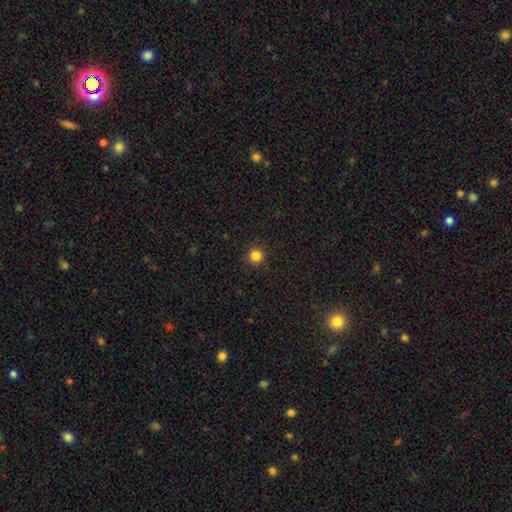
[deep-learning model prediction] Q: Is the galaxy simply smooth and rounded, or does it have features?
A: smooth — 85%.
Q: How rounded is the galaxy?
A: round — 95%.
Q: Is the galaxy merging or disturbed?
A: none — 92%.